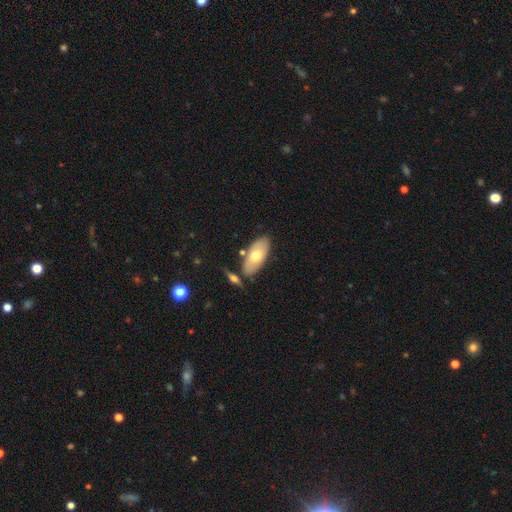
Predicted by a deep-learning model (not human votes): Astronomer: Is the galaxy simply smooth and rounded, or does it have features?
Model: smooth — 64%.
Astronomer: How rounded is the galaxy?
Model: in between — 91%.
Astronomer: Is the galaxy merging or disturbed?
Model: none — 74%.